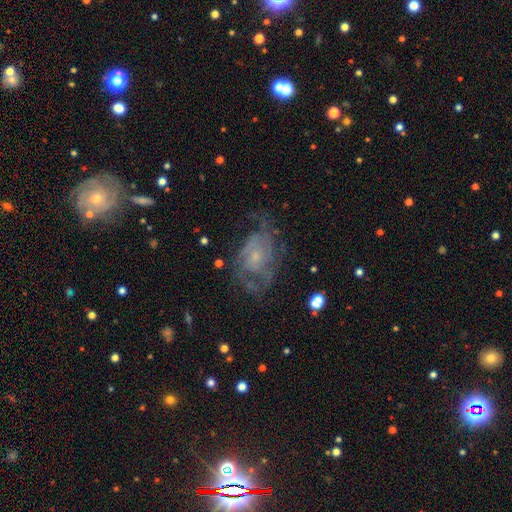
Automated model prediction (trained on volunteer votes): A featured or disk galaxy (75%) with no bar (73%), medium (41%) spiral arms (78%) and a small central bulge (65%).

Vote fractions:
- Smooth or featured? featured or disk: 75% / smooth: 16% / star or artifact: 9%
- Edge-on disk? no: 97% / yes: 3%
- Bar? no: 73% / weak: 23% / strong: 3%
- Spiral arms? yes: 78% / no: 22%
- Spiral winding? medium: 41% / tight: 38% / loose: 20%
- Spiral arm count? can't tell: 43% / 2: 27% / 3: 14% / 4: 6% / 1: 6% / more than 4: 5%
- Bulge size? small: 65% / moderate: 22% / none: 10% / large: 2% / dominant: 1%
- Merging? none: 54% / major disturbance: 22% / minor disturbance: 22% / merger: 2%